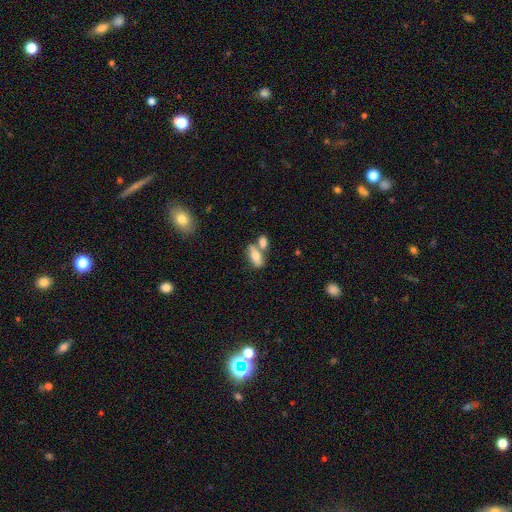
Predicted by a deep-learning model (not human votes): Smooth or featured: smooth — 69% (featured or disk — 24%)
How rounded: in between — 78% (cigar-shaped — 17%)
Merging: none — 47% (merger — 37%)